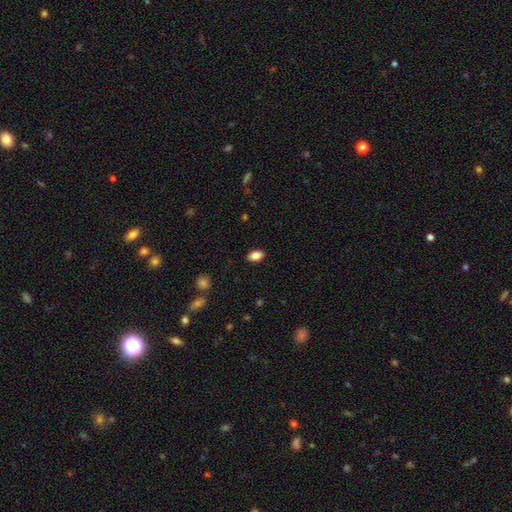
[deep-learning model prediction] Smooth or featured: smooth — 84% (star or artifact — 8%)
How rounded: in between — 91% (round — 6%)
Merging: none — 88% (minor disturbance — 9%)